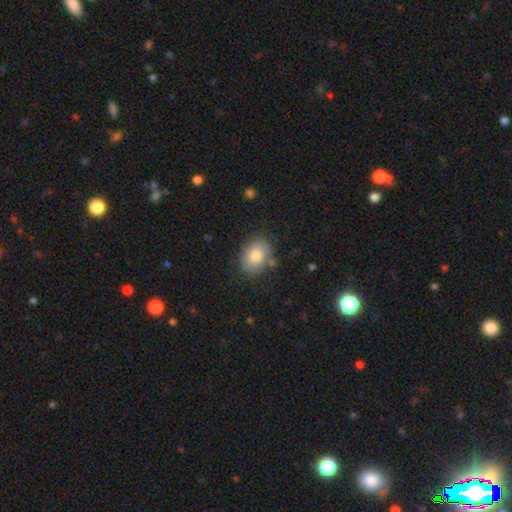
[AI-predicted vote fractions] smooth_or_featured: smooth (p=0.78) [alt: featured or disk p=0.15]
how_rounded: in between (p=0.69) [alt: round p=0.30]
merging: none (p=0.76) [alt: minor disturbance p=0.16]